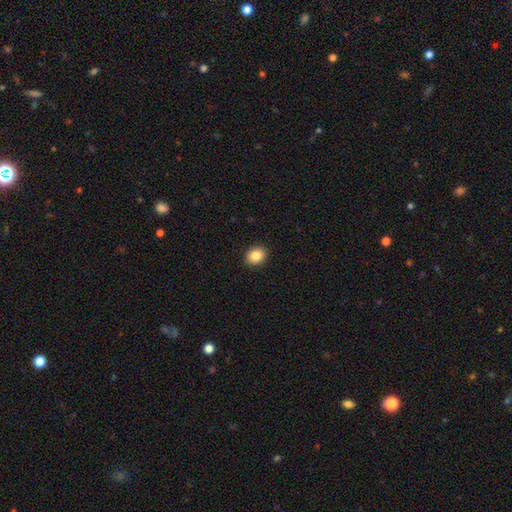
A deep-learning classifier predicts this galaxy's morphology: A smooth galaxy with no disk features (86%) that is round (59%).

Vote fractions:
- Smooth or featured? smooth: 86% / star or artifact: 9% / featured or disk: 5%
- How rounded? round: 59% / in between: 41% / cigar-shaped: 1%
- Merging? none: 92% / minor disturbance: 6% / major disturbance: 2% / merger: 1%